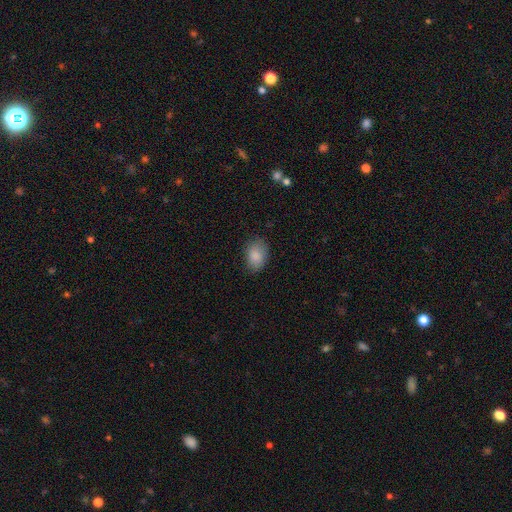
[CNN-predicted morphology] smooth-or-featured: smooth: 87% | star or artifact: 7% | featured or disk: 6%
  how-rounded: in between: 82% | round: 17% | cigar-shaped: 1%
  merging: none: 81% | minor disturbance: 15% | major disturbance: 3% | merger: 1%